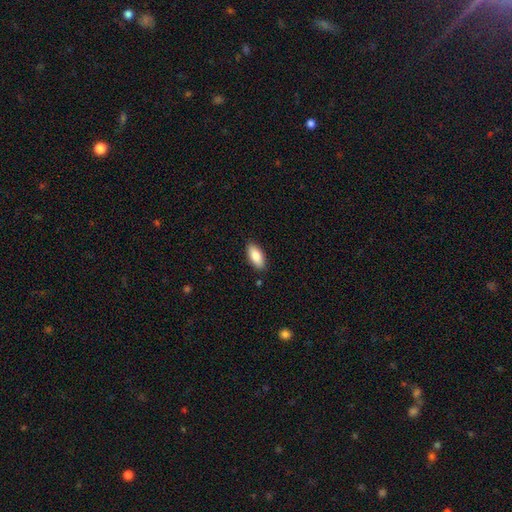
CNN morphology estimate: Smooth or featured?
  - smooth: 83% *
  - featured or disk: 11%
  - star or artifact: 6%
How rounded?
  - in between: 88% *
  - cigar-shaped: 10%
  - round: 2%
Merging?
  - none: 89% *
  - minor disturbance: 9%
  - major disturbance: 2%
  - merger: 1%